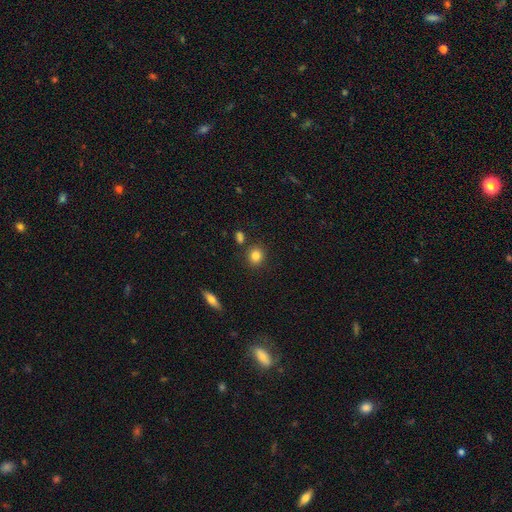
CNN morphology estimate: Smooth or featured: smooth — 83% (star or artifact — 10%)
How rounded: round — 80% (in between — 18%)
Merging: none — 84% (minor disturbance — 8%)